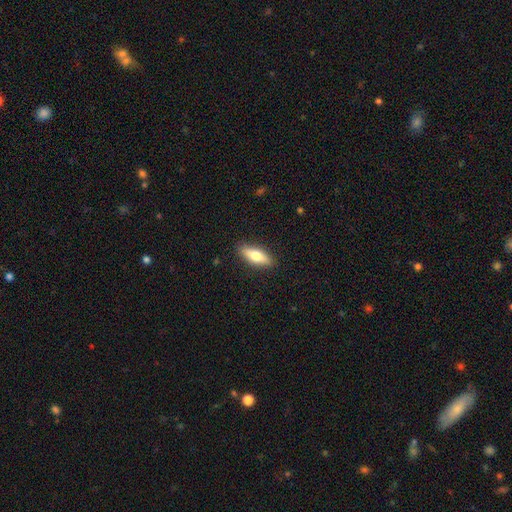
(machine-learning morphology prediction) This appears to be a smooth galaxy with no disk features (71%) that is in between round and cigar-shaped (61%). Merging: none (88%).